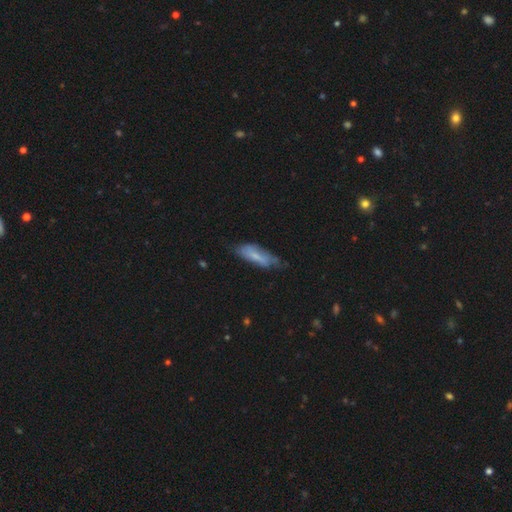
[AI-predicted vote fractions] Q: Smooth or featured?
A: smooth (58%); runner-up: featured or disk (34%)
Q: How rounded?
A: in between (56%); runner-up: cigar-shaped (42%)
Q: Merging?
A: none (52%); runner-up: minor disturbance (34%)